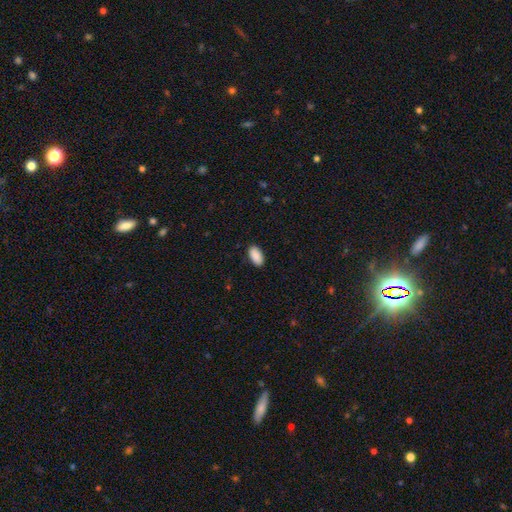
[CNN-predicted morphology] This is clearly a smooth galaxy (91%). How rounded: clearly in between (94%). Merging: clearly none (89%).